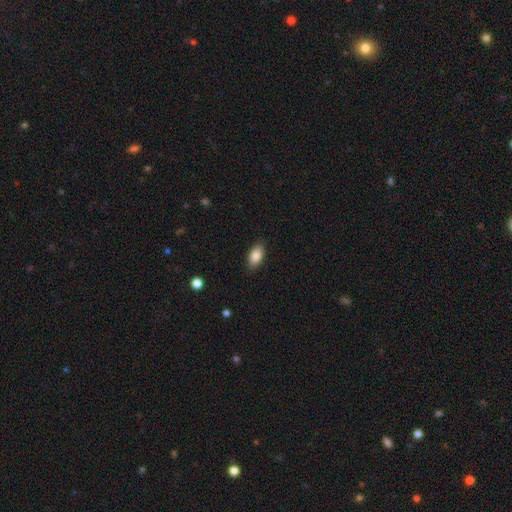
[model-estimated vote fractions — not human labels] A smooth galaxy with no disk features (85%) that is in between round and cigar-shaped (92%).

Vote fractions:
- Smooth or featured? smooth: 85% / featured or disk: 8% / star or artifact: 7%
- How rounded? in between: 92% / round: 4% / cigar-shaped: 3%
- Merging? none: 88% / minor disturbance: 9% / major disturbance: 2% / merger: 1%